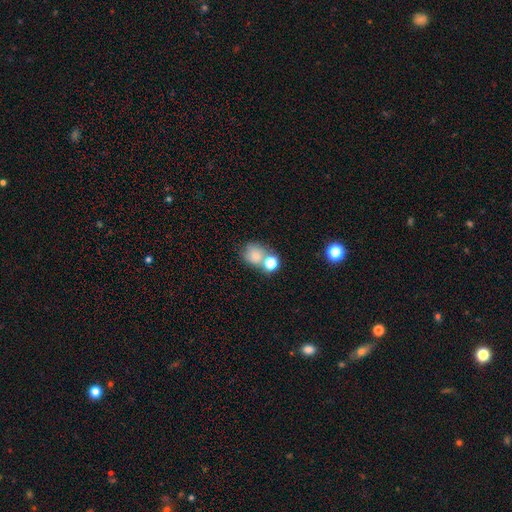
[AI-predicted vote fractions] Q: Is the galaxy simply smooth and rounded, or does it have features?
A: smooth — 72%.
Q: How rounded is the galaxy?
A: round — 73%.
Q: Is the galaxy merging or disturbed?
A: none — 43%.